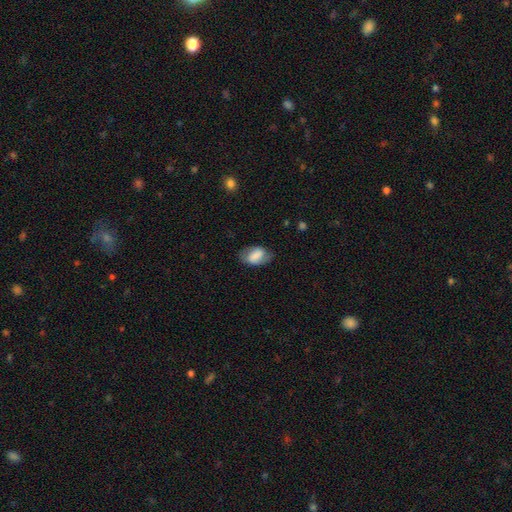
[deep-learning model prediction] Morphology: type=smooth (66%); roundness=in between (90%); merging=none (65%).